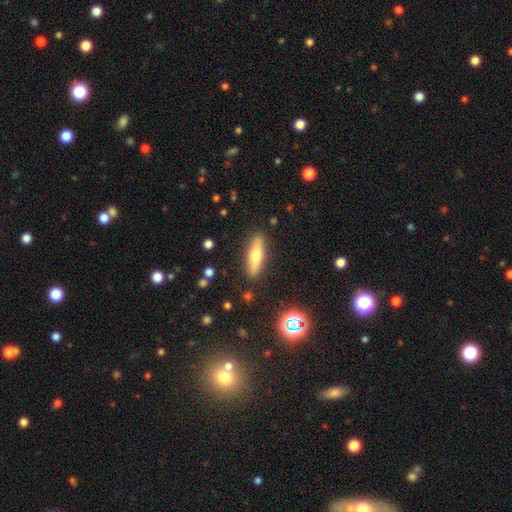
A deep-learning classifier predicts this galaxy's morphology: The model was most divided on "smooth or featured": smooth: 57%, featured or disk: 35%, star or artifact: 9%. More confident: merging — none (88%); how rounded — cigar-shaped (64%).